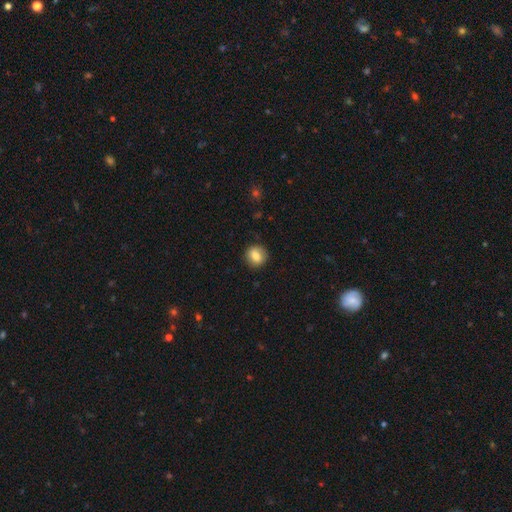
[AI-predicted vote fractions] Morphology: type=smooth (82%); roundness=round (77%); merging=none (87%).